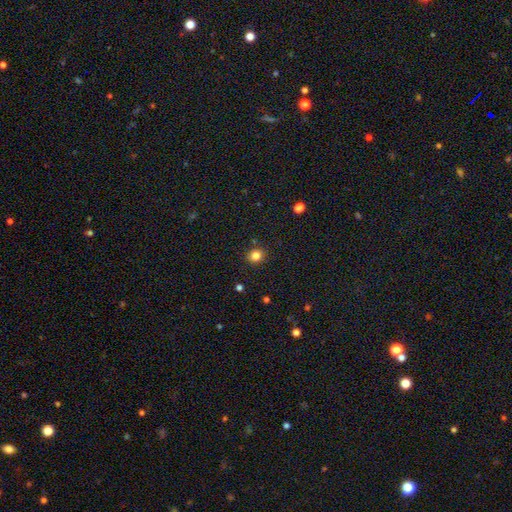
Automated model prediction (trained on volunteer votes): Smooth or featured? Predicted: smooth (p=0.82). How rounded? Predicted: round (p=0.84). Merging? Predicted: none (p=0.89).